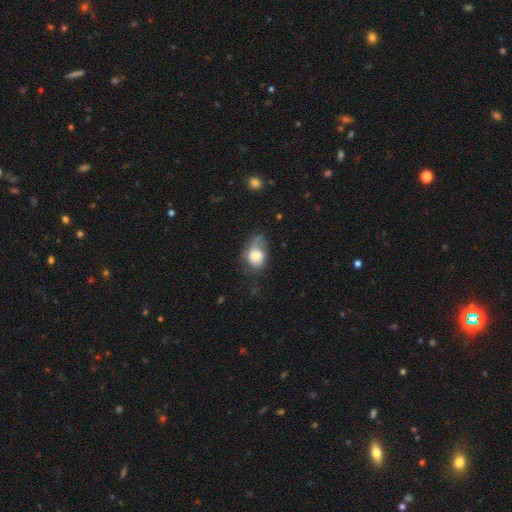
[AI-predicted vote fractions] Overall: smooth (70%). How rounded: in between (68%; round 31%). Merging: minor disturbance (35%; none 30%).